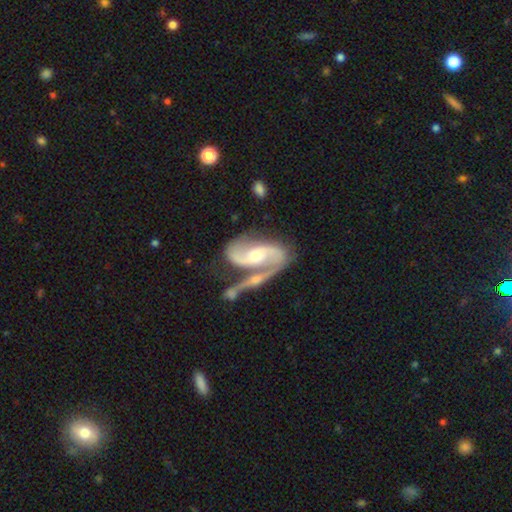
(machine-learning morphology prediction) This is clearly a featured or disk galaxy (89%). It is clearly not viewed edge-on (97%). Bar: marginally no (44%). Spiral arm pattern: clearly yes (97%). Spiral arm count: clearly 2 (90%). Spiral winding: possibly medium (52%). Central bulge: possibly moderate (53%). Merging: marginally none (36%).